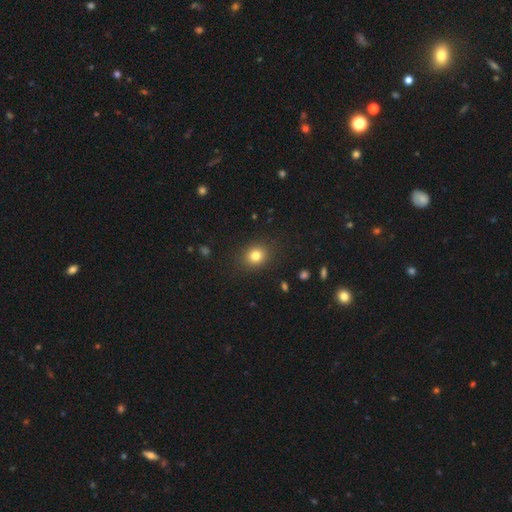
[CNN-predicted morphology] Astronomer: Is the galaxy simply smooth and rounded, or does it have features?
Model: smooth — 81%.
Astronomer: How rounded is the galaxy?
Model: round — 69%.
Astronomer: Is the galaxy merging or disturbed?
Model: none — 87%.